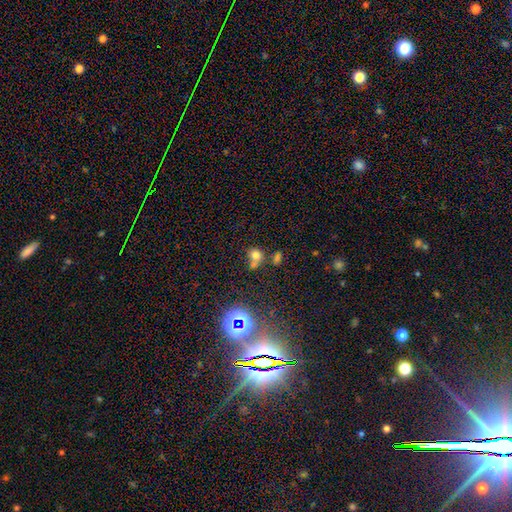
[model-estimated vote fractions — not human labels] Q: Smooth or featured?
A: smooth (67%); runner-up: star or artifact (23%)
Q: How rounded?
A: round (67%); runner-up: in between (31%)
Q: Merging?
A: none (43%); runner-up: merger (41%)